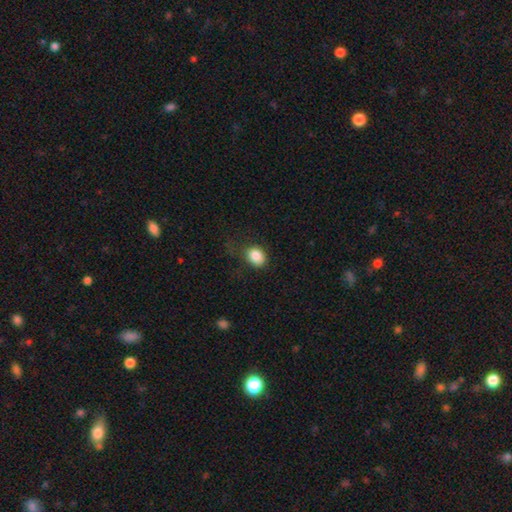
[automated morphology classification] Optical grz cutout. It shows a smooth galaxy with no disk features (85%) that is in between round and cigar-shaped (61%). Merging: none (61%).